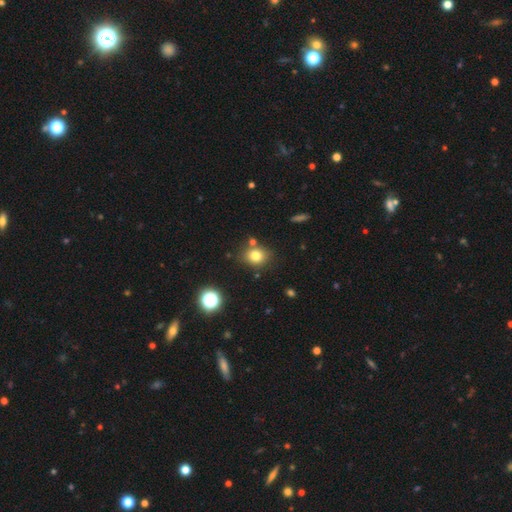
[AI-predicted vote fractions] The model was most divided on "how rounded": round: 67%, in between: 32%, cigar-shaped: 1%. More confident: smooth or featured — smooth (78%); merging — none (77%).